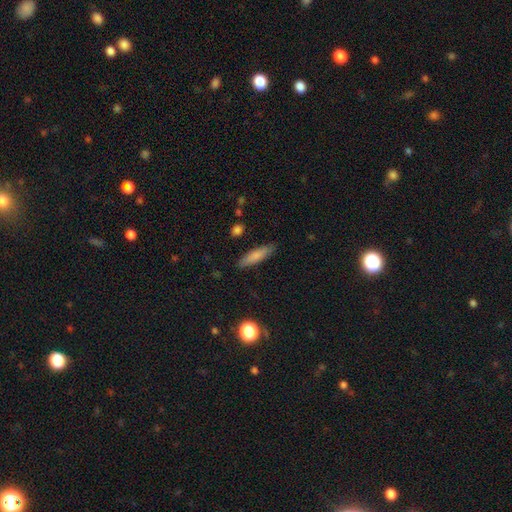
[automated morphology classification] A smooth galaxy with no disk features (78%) that is cigar-shaped (73%). Merging: none (87%).